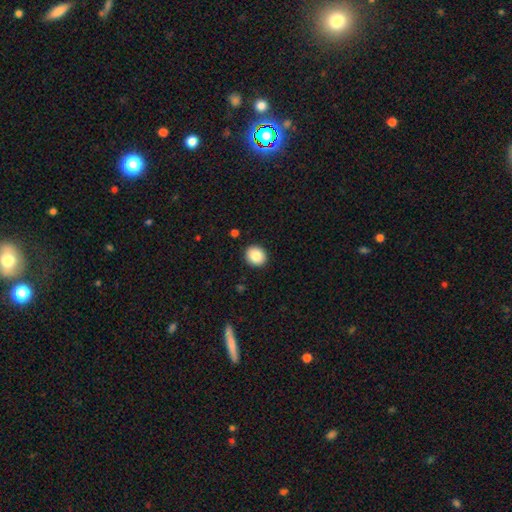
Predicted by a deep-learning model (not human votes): A smooth galaxy with no disk features (87%) that is round (79%). Merging: none (92%).